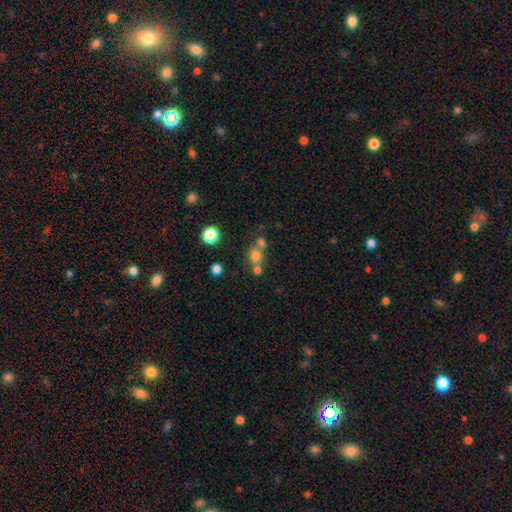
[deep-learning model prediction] Overall: smooth (71%). How rounded: round (82%). Merging: none (48%; merger 40%).